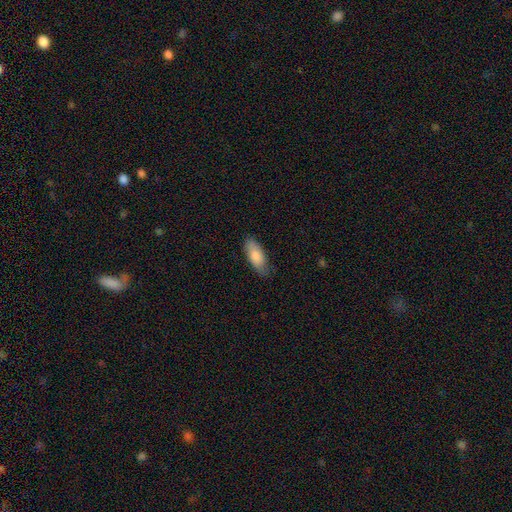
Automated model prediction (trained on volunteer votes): smooth_or_featured: smooth (p=0.84) [alt: featured or disk p=0.11]
how_rounded: in between (p=0.82) [alt: cigar-shaped p=0.16]
merging: none (p=0.78) [alt: minor disturbance p=0.17]